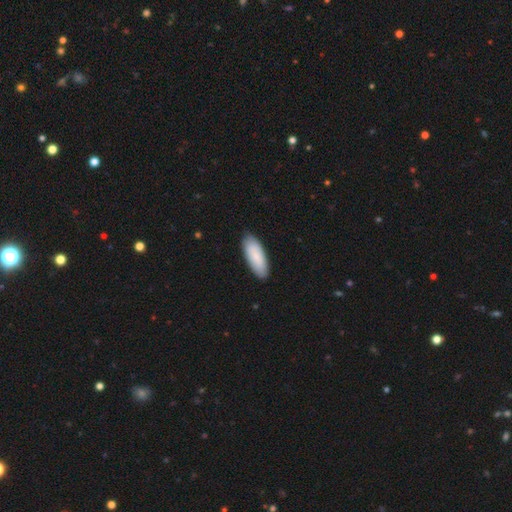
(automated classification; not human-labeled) A smooth galaxy with no disk features (83%) that is in between round and cigar-shaped (73%). Merging: none (87%).